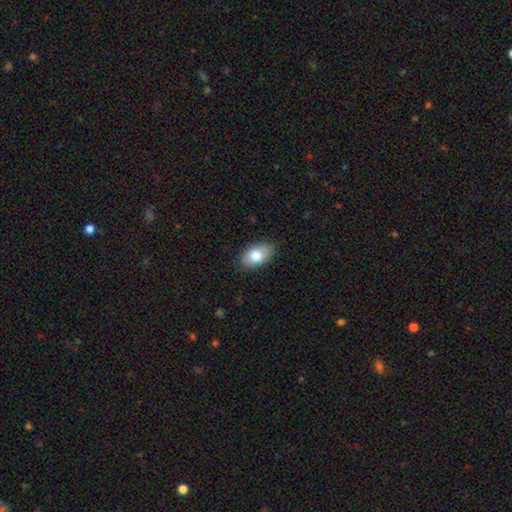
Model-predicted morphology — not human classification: smooth 81%, featured or disk 12%, star or artifact 7%. Down the decision tree: how rounded — in between (92%); merging — none (86%).